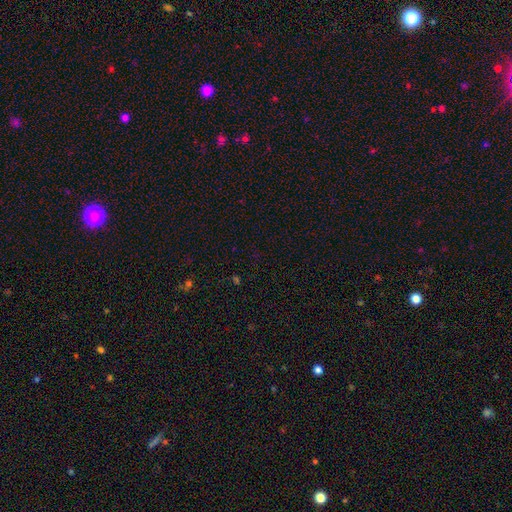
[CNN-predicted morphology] Overall: star or artifact (65%; smooth 27%).